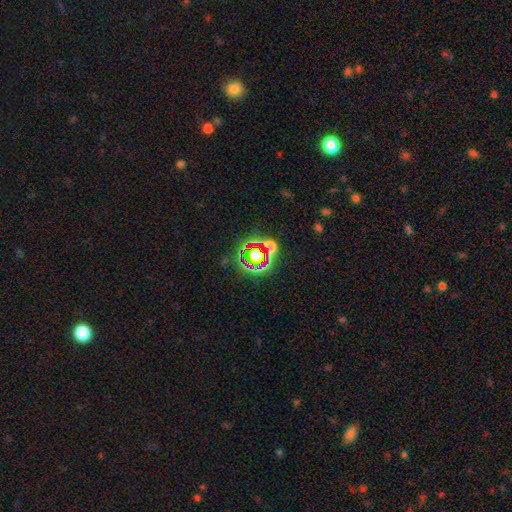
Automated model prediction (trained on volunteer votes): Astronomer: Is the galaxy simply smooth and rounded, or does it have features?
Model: star or artifact — 64%.